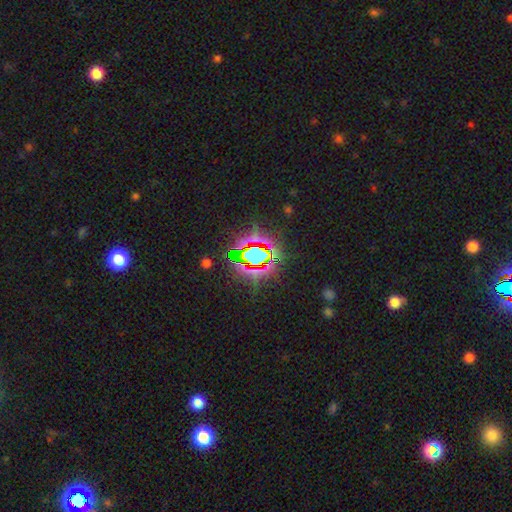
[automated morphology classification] This appears to be a star or artifact, not a galaxy (76%).